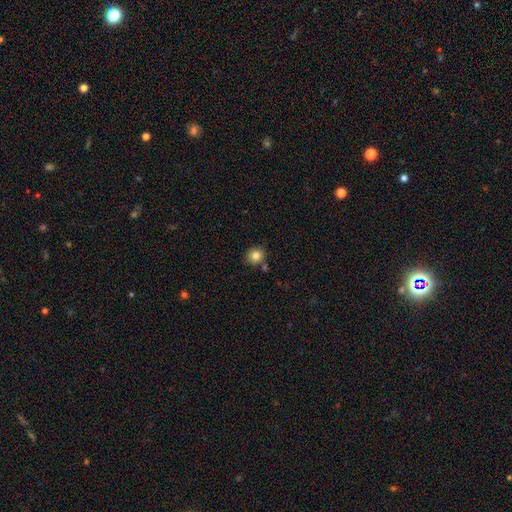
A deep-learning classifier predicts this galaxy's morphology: This appears to be a smooth galaxy with no disk features (82%) that is round (88%). Merging: none (79%).